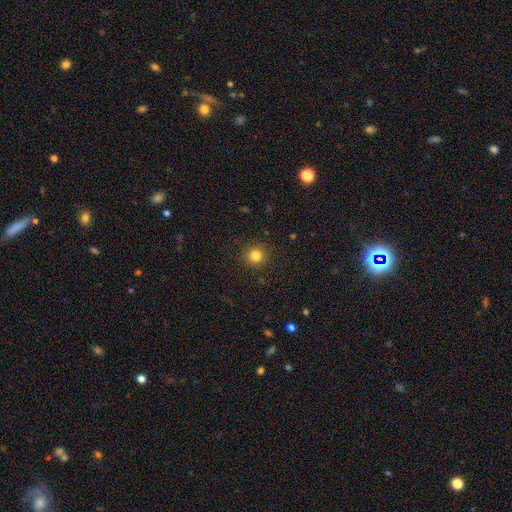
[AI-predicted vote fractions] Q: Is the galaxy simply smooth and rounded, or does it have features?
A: smooth — 82%.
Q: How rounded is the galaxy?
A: round — 94%.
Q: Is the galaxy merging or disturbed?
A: none — 91%.